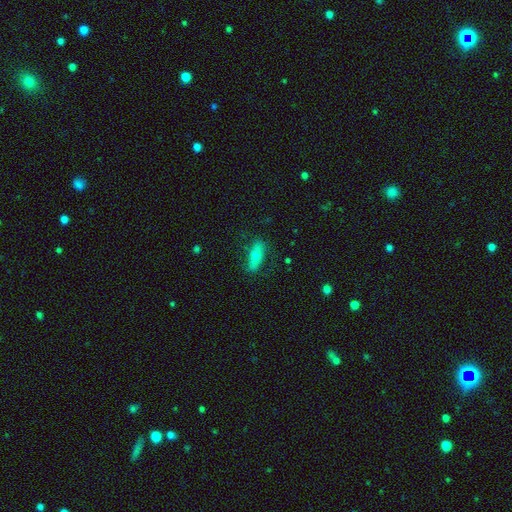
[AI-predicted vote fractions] Overall: smooth (58%; featured or disk 34%). How rounded: in between (55%; cigar-shaped 41%). Merging: none (80%).